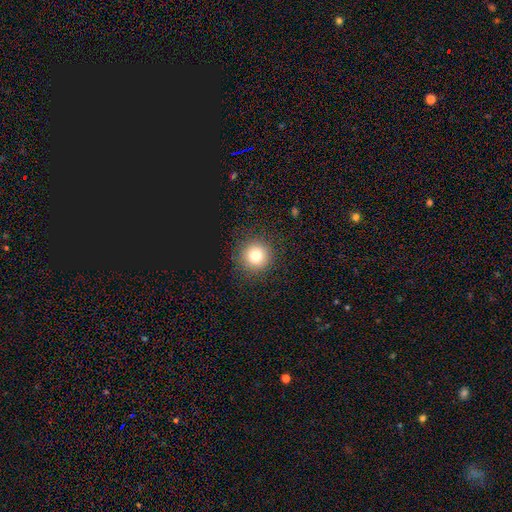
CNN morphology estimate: This is likely a smooth galaxy (80%). How rounded: clearly round (95%). Merging: clearly none (90%).